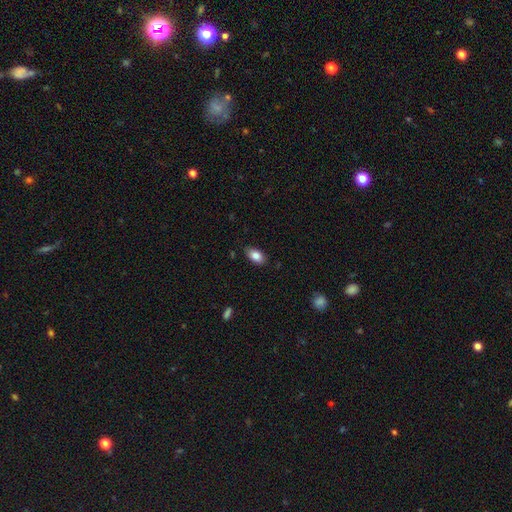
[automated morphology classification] This appears to be a smooth galaxy with no disk features (84%) that is in between round and cigar-shaped (91%). Merging: none (85%).